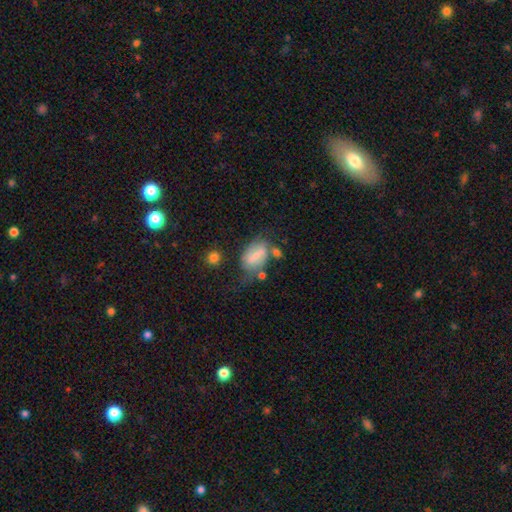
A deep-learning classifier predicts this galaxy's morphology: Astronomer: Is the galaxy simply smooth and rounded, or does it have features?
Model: smooth — 52% (runner-up: featured or disk, 40%).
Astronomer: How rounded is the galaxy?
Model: in between — 83%.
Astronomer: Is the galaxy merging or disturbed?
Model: none — 38% (runner-up: minor disturbance, 26%).